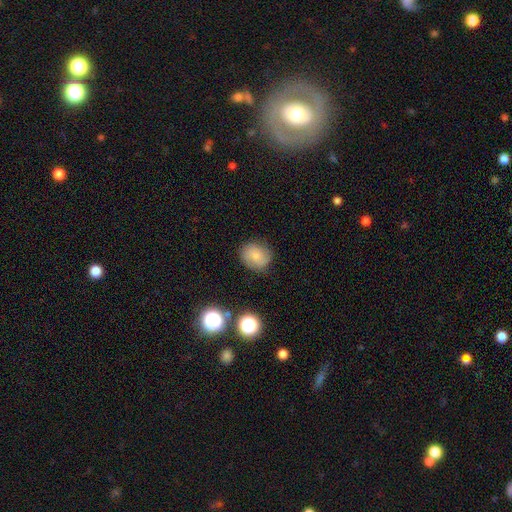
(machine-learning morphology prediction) Smooth or featured: smooth — 65% (featured or disk — 24%)
How rounded: round — 68% (in between — 31%)
Merging: none — 78% (minor disturbance — 16%)